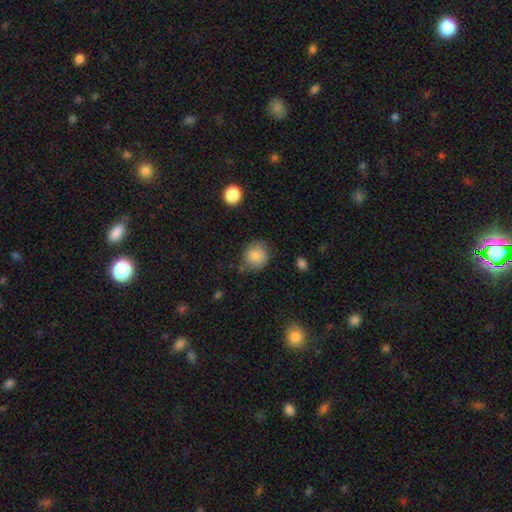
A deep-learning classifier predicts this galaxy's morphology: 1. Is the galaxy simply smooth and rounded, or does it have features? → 84% smooth, 9% star or artifact, 7% featured or disk.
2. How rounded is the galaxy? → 86% round, 13% in between, 1% cigar-shaped.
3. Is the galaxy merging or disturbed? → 75% none, 18% minor disturbance, 4% major disturbance, 3% merger.